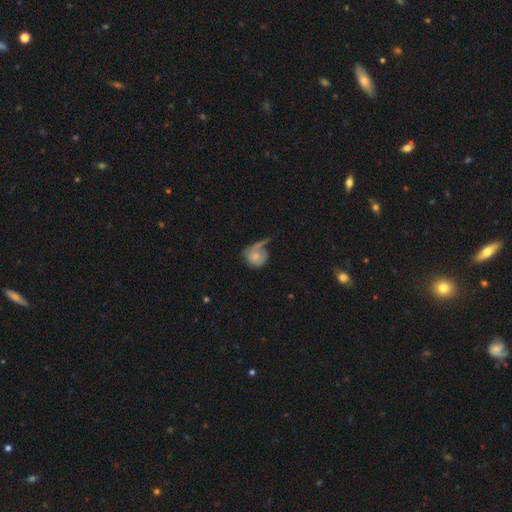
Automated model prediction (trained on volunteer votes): This appears to be a smooth galaxy with no disk features (66%) that is round (71%). Merging: none (35%).